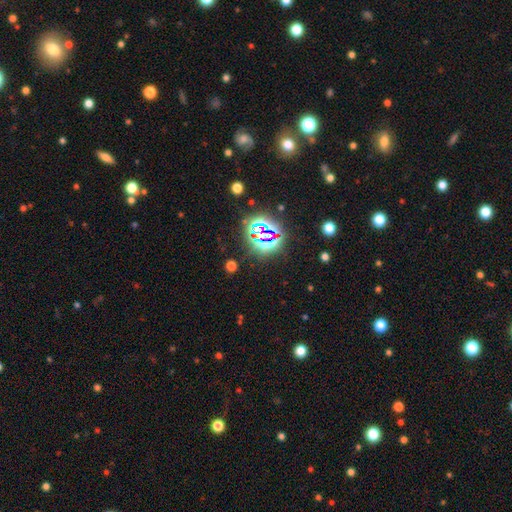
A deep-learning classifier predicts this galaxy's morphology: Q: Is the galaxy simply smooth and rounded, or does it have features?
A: star or artifact — 80%.